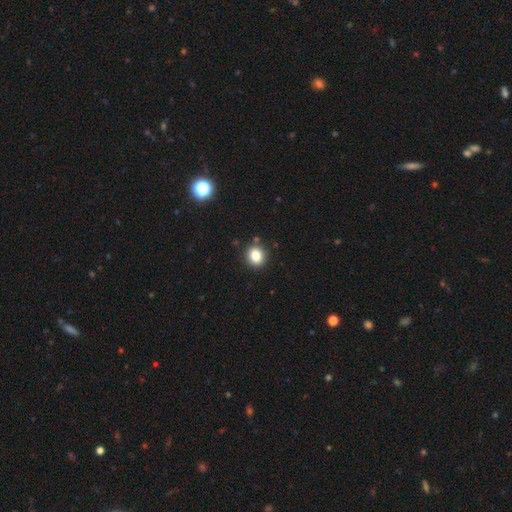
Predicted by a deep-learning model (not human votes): The model was most divided on "how rounded": round: 75%, in between: 24%, cigar-shaped: 1%. More confident: merging — none (88%); smooth or featured — smooth (84%).